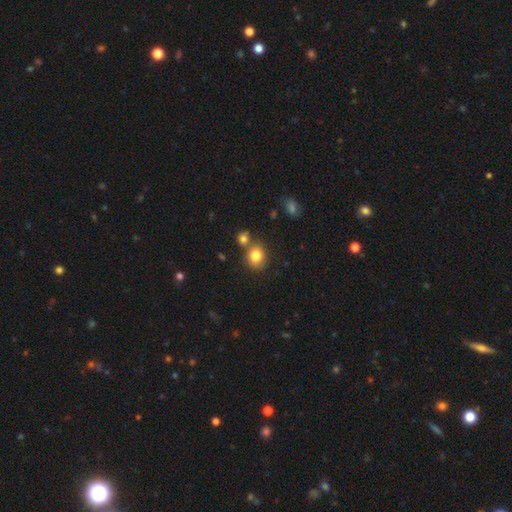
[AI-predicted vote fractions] smooth-or-featured: smooth: 81% | star or artifact: 11% | featured or disk: 8%
  how-rounded: round: 72% | in between: 27% | cigar-shaped: 1%
  merging: none: 66% | merger: 20% | minor disturbance: 10% | major disturbance: 3%